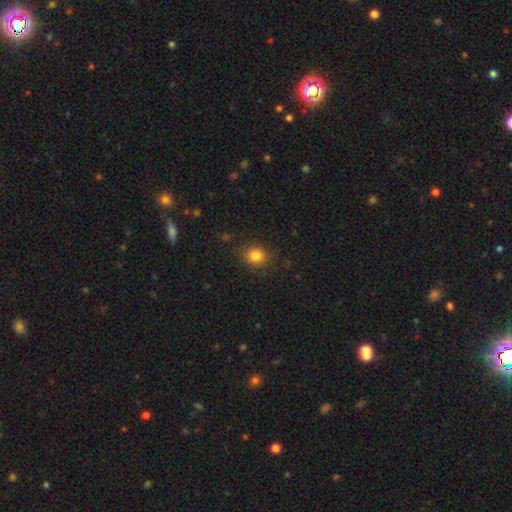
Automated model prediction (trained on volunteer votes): Overall: smooth (83%). How rounded: round (72%). Merging: none (86%).